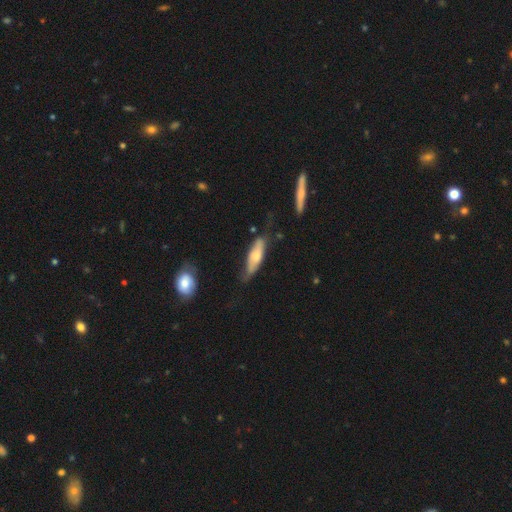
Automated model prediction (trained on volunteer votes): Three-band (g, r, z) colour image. It shows a smooth galaxy with no disk features (54%) that is cigar-shaped (54%). Merging: none (57%).